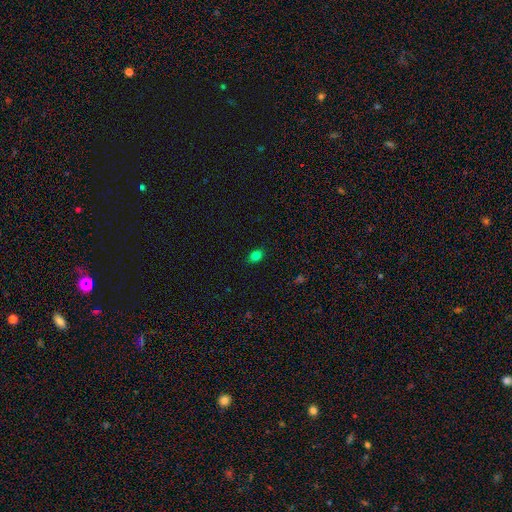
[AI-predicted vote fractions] Morphology: type=smooth (80%); roundness=in between (72%); merging=none (86%).